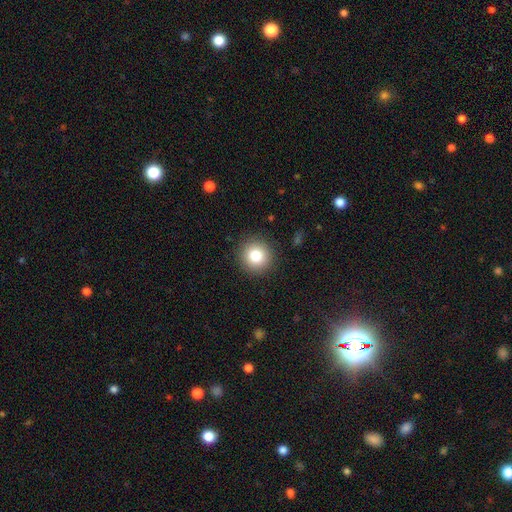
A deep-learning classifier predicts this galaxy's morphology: Q: Smooth or featured?
A: smooth (82%); runner-up: star or artifact (10%)
Q: How rounded?
A: round (94%); runner-up: in between (5%)
Q: Merging?
A: none (90%); runner-up: minor disturbance (6%)